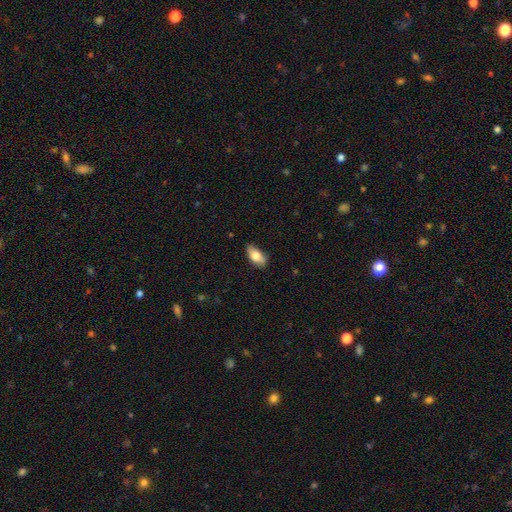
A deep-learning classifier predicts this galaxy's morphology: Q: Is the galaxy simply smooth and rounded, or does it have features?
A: smooth — 79%.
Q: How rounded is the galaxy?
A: in between — 90%.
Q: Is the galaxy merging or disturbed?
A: none — 71%.